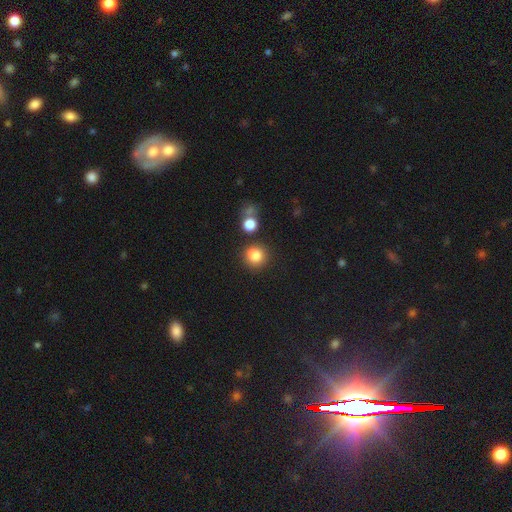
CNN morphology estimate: Smooth or featured? smooth (82%)
How rounded? round (80%)
Merging? none (62%)